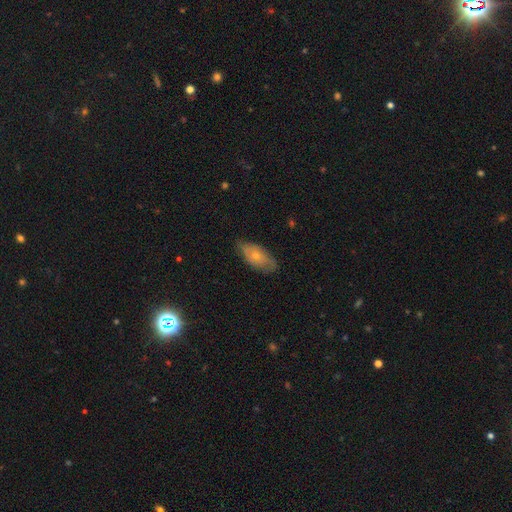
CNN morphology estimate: smooth-or-featured: smooth: 57% | featured or disk: 36% | star or artifact: 6%
  how-rounded: in between: 89% | cigar-shaped: 6% | round: 4%
  merging: none: 68% | minor disturbance: 26% | major disturbance: 5% | merger: 1%